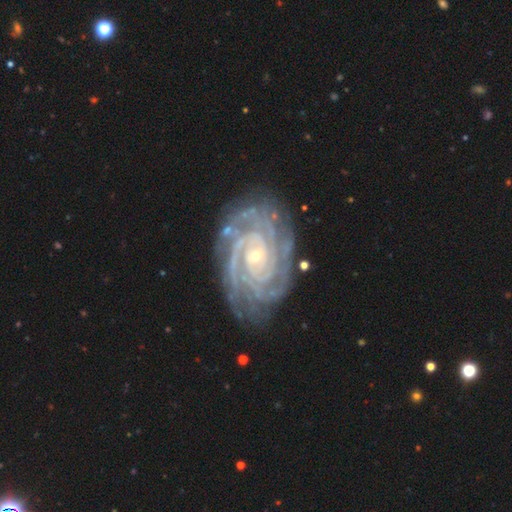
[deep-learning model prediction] featured or disk 92%, star or artifact 5%, smooth 3%. Down the decision tree: edge-on disk — no (97%); bar — no (70%); spiral arms — yes (99%); spiral arm count — 4 (22%); spiral winding — tight (82%); bulge size — small (79%); merging — none (79%).